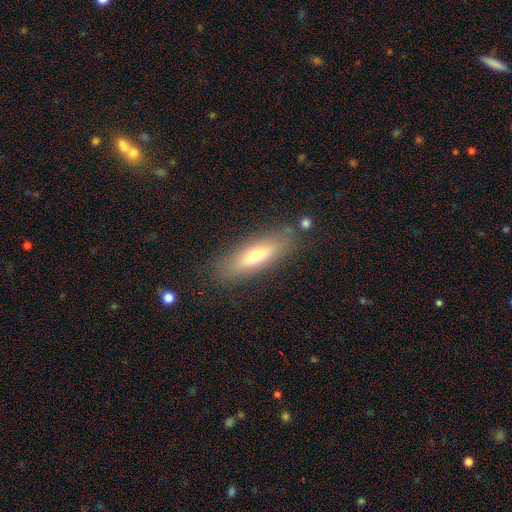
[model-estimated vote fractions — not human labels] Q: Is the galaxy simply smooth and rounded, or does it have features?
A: smooth — 60%.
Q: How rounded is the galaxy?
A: cigar-shaped — 59%.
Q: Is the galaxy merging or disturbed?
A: none — 83%.